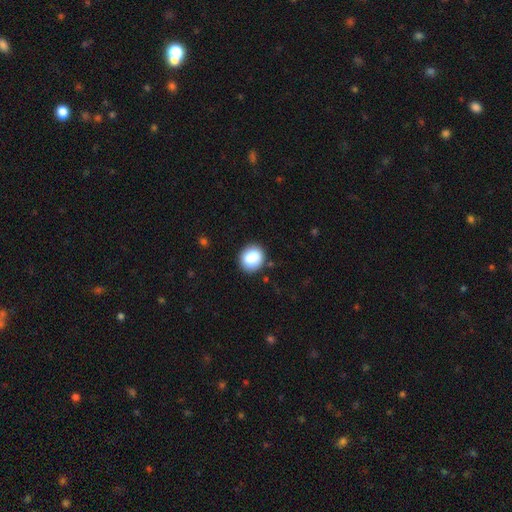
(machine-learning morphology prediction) This appears to be a smooth galaxy with no disk features (86%) that is round (73%). Merging: none (88%).